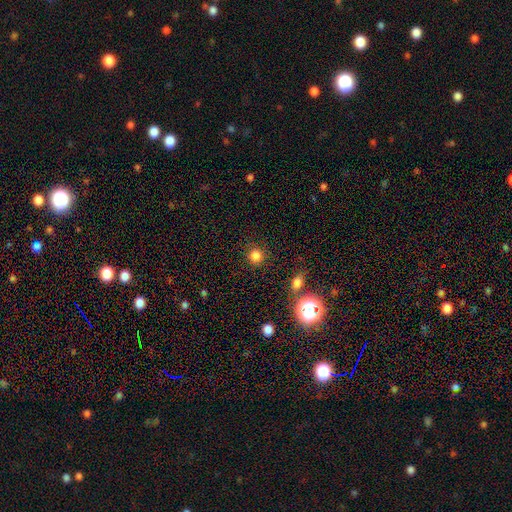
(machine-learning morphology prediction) This is clearly a smooth galaxy (81%). How rounded: clearly round (89%). Merging: clearly none (86%).